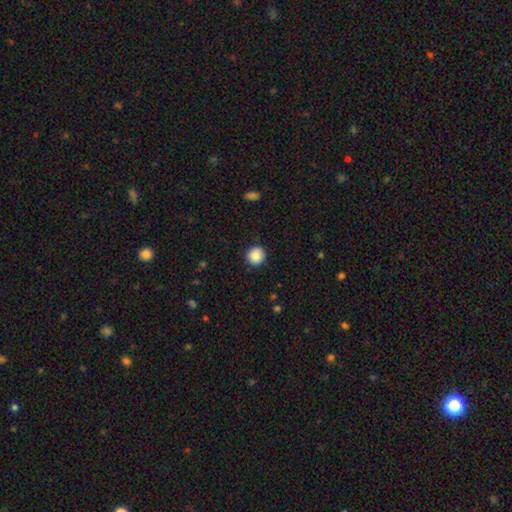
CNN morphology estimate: smooth_or_featured: smooth (p=0.88) [alt: star or artifact p=0.09]
how_rounded: round (p=0.94) [alt: in between p=0.05]
merging: none (p=0.91) [alt: minor disturbance p=0.06]